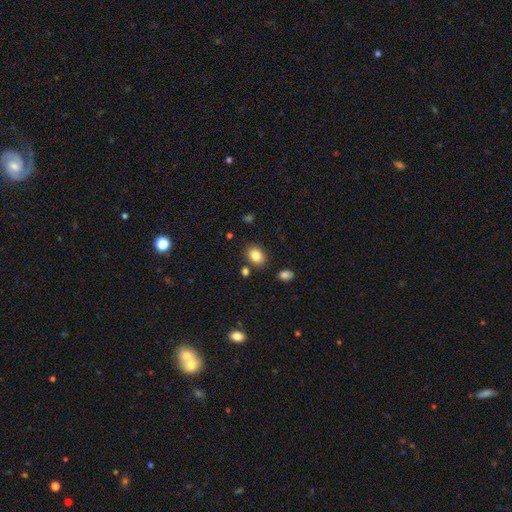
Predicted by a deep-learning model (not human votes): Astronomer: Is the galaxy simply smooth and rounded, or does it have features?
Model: smooth — 84%.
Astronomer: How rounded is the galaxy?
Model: in between — 68%.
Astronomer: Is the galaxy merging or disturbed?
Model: none — 82%.